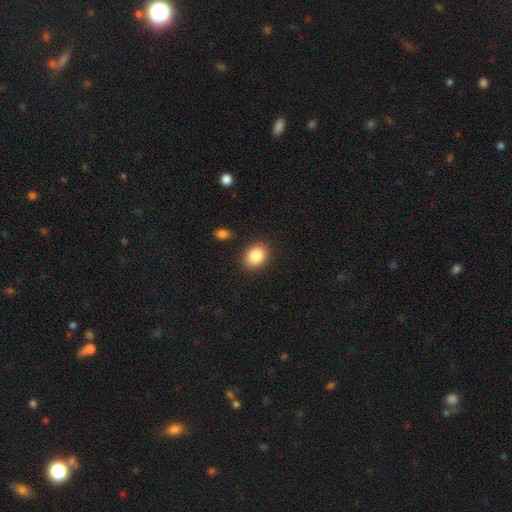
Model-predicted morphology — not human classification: Smooth or featured: smooth — 86% (star or artifact — 9%)
How rounded: in between — 50% (round — 49%)
Merging: none — 87% (minor disturbance — 8%)